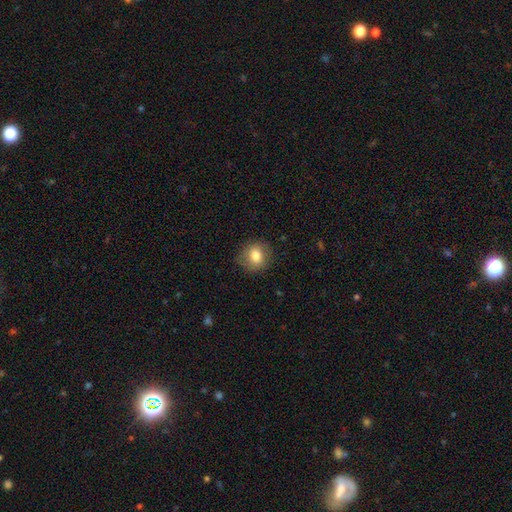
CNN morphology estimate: This is likely a smooth galaxy (79%). How rounded: likely round (74%). Merging: clearly none (83%).